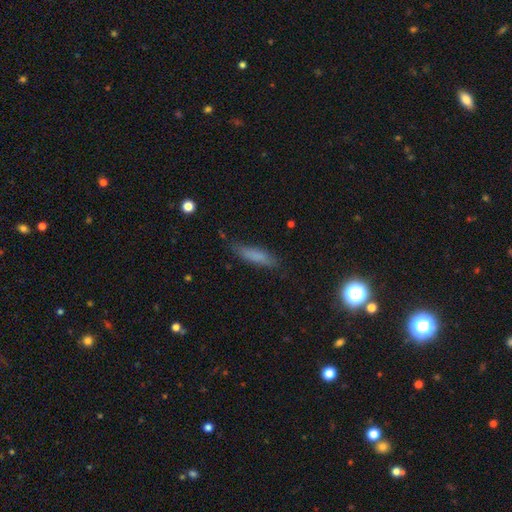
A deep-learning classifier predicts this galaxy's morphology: Smooth or featured? Predicted: smooth (p=0.75). How rounded? Predicted: cigar-shaped (p=0.71). Merging? Predicted: none (p=0.72).